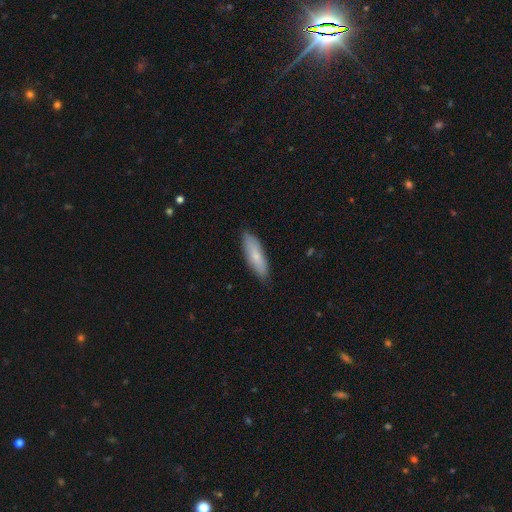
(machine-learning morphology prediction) A smooth galaxy with no disk features (75%) that is cigar-shaped (55%). Merging: none (84%).